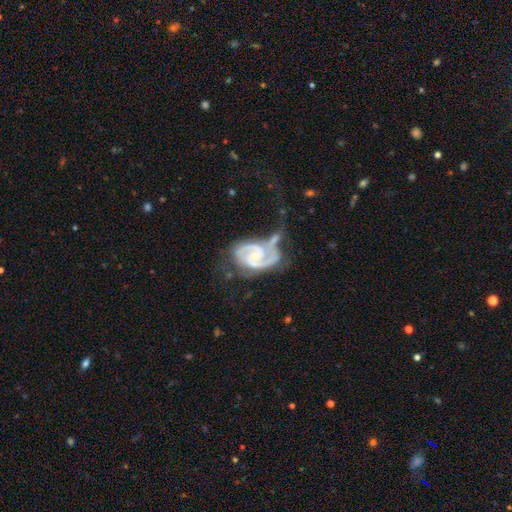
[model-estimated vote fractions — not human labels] Smooth or featured: featured or disk — 91% (star or artifact — 5%)
Edge-on disk: no — 98% (yes — 2%)
Bar: no — 51% (weak — 38%)
Spiral arms: yes — 98% (no — 2%)
Spiral winding: tight — 50% (medium — 42%)
Spiral arm count: 2 — 85% (3 — 6%)
Bulge size: small — 60% (moderate — 35%)
Merging: none — 37% (minor disturbance — 25%)